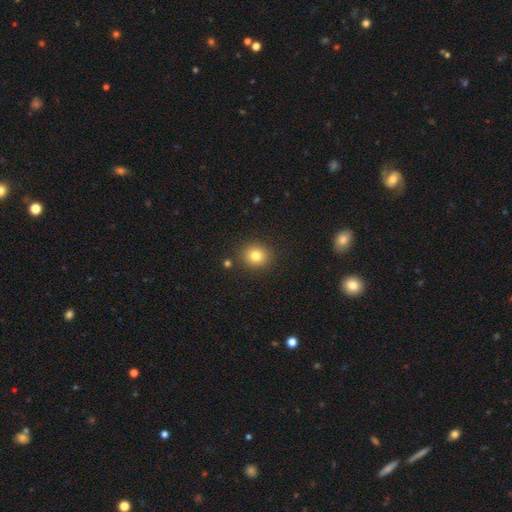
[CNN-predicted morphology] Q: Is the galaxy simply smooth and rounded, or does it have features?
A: smooth — 80%.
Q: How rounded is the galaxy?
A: round — 81%.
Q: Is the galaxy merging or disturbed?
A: none — 88%.